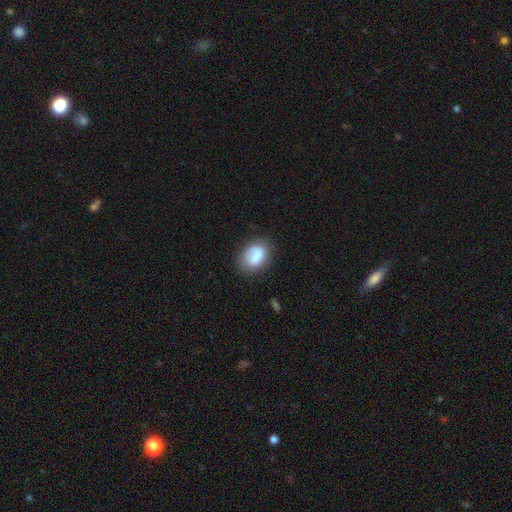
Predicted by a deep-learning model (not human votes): smooth_or_featured: smooth (p=0.76) [alt: featured or disk p=0.17]
how_rounded: in between (p=0.75) [alt: round p=0.23]
merging: none (p=0.66) [alt: minor disturbance p=0.22]